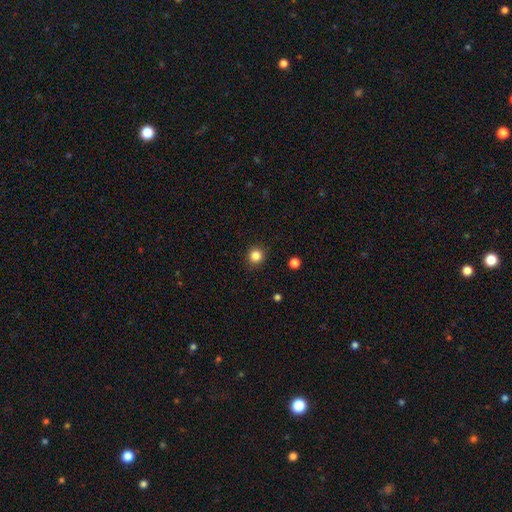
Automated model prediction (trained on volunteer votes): A smooth galaxy with no disk features (84%) that is round (93%). Merging: none (92%).